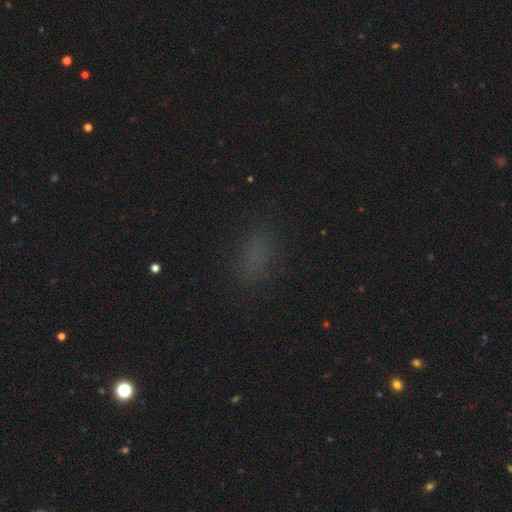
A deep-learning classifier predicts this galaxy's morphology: The model was most divided on "smooth or featured": smooth: 65%, star or artifact: 27%, featured or disk: 8%. More confident: merging — none (82%); how rounded — in between (79%).